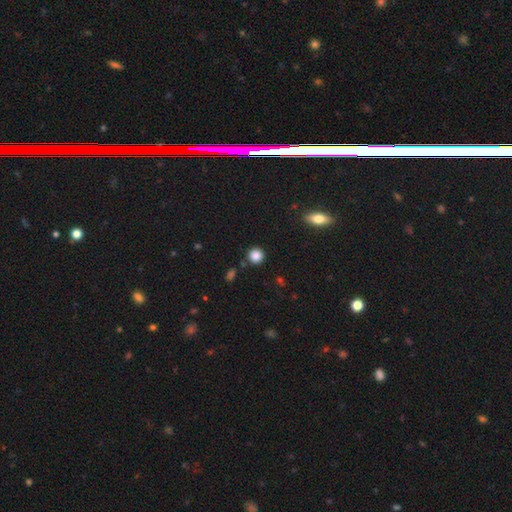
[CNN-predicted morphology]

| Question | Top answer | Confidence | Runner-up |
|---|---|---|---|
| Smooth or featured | smooth | 86% | star or artifact (10%) |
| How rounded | round | 93% | in between (6%) |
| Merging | none | 86% | minor disturbance (8%) |